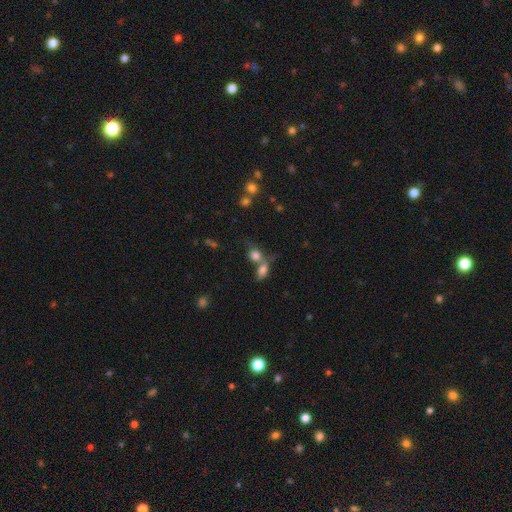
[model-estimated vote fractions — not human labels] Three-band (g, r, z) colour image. It shows a smooth galaxy with no disk features (76%) that is in between round and cigar-shaped (52%). Merging: merger (50%).